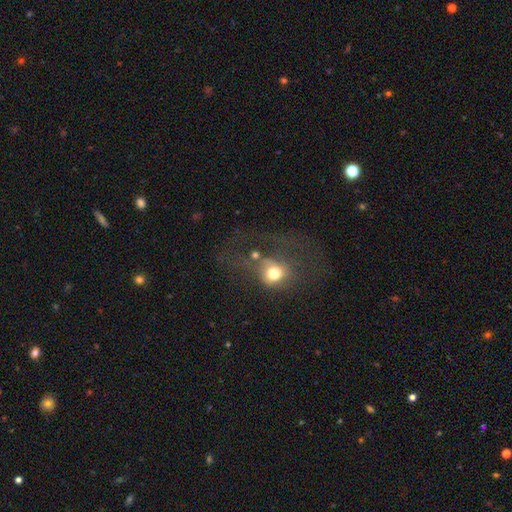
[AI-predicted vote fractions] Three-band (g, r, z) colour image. It shows a smooth galaxy with no disk features (53%) that is round (66%). Merging: major disturbance (47%).